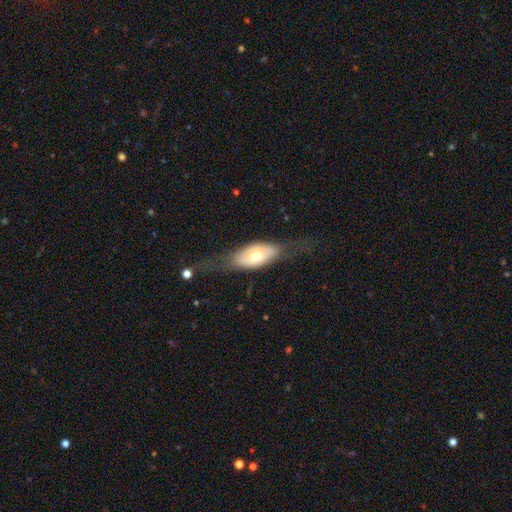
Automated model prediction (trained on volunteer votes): The model was most divided on "smooth or featured": smooth: 51%, featured or disk: 43%, star or artifact: 6%. More confident: how rounded — in between (85%); merging — none (51%).